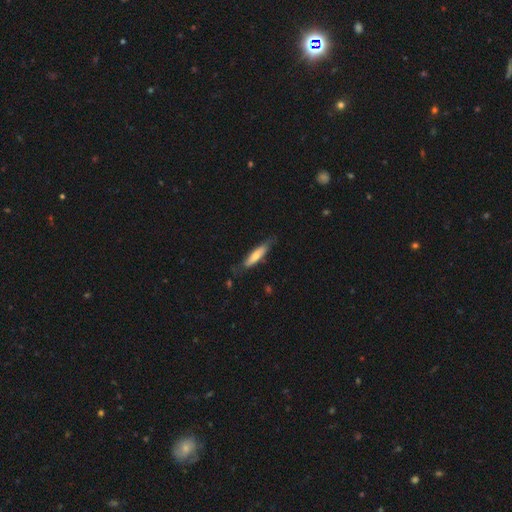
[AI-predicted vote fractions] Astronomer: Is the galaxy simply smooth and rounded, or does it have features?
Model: smooth — 63%.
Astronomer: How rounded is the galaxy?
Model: cigar-shaped — 75%.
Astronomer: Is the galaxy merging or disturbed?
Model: none — 70%.